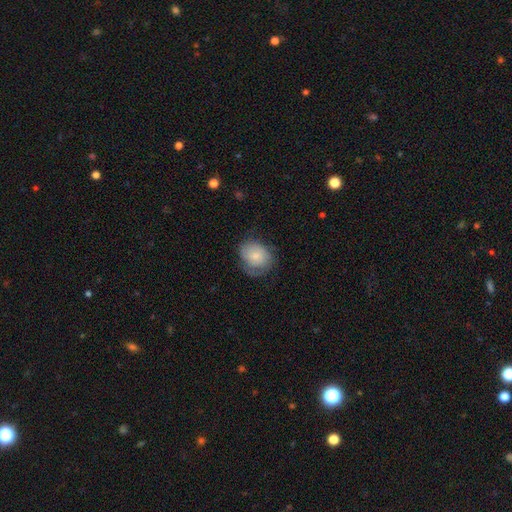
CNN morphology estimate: Q: Smooth or featured?
A: smooth (67%); runner-up: featured or disk (26%)
Q: How rounded?
A: round (57%); runner-up: in between (42%)
Q: Merging?
A: none (53%); runner-up: minor disturbance (30%)